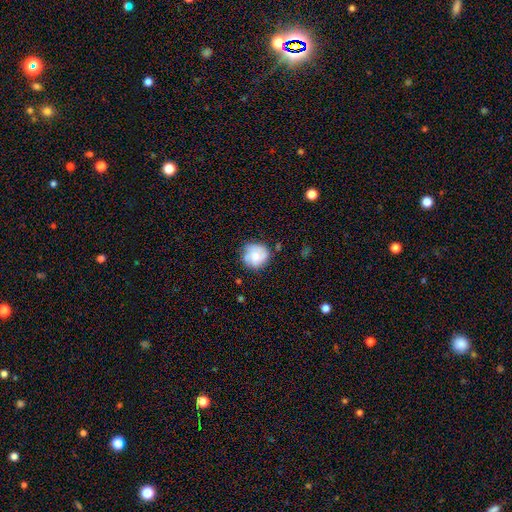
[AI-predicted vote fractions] Morphology: type=smooth (58%); roundness=round (85%); merging=none (67%).